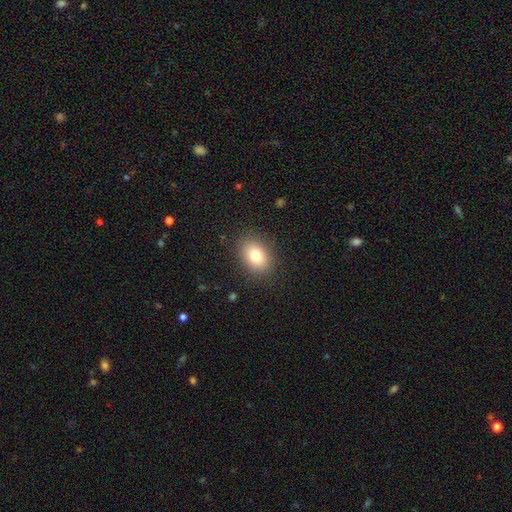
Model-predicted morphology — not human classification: smooth 80%, star or artifact 10%, featured or disk 10%. Down the decision tree: how rounded — in between (68%); merging — none (86%).